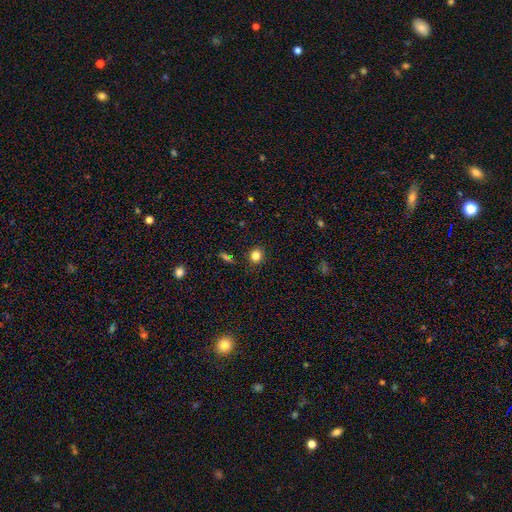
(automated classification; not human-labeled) Overall: smooth (81%). How rounded: round (84%). Merging: none (90%).